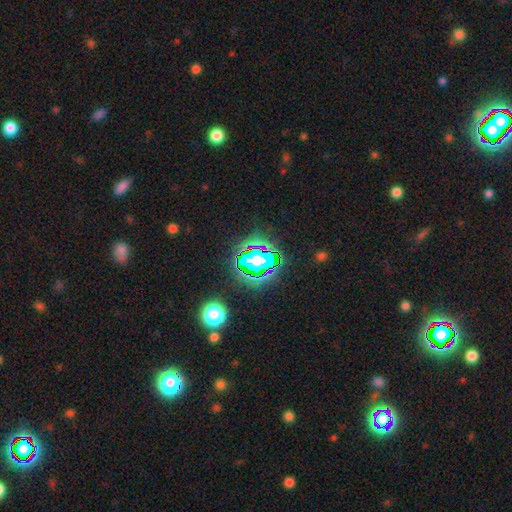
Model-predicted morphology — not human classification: smooth-or-featured: star or artifact: 79% | smooth: 13% | featured or disk: 7%